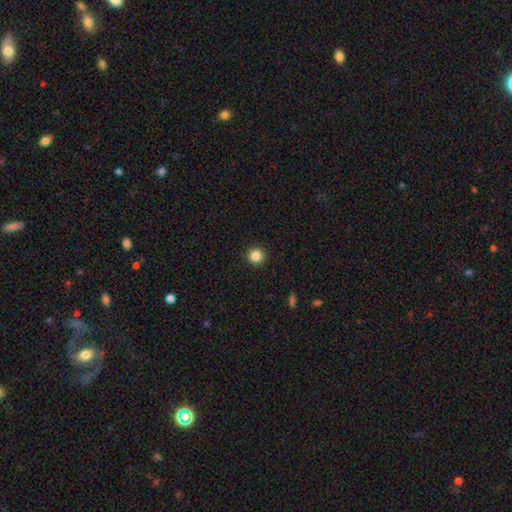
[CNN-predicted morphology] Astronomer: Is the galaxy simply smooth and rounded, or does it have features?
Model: smooth — 85%.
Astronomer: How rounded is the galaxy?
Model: round — 95%.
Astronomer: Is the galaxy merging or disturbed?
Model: none — 93%.